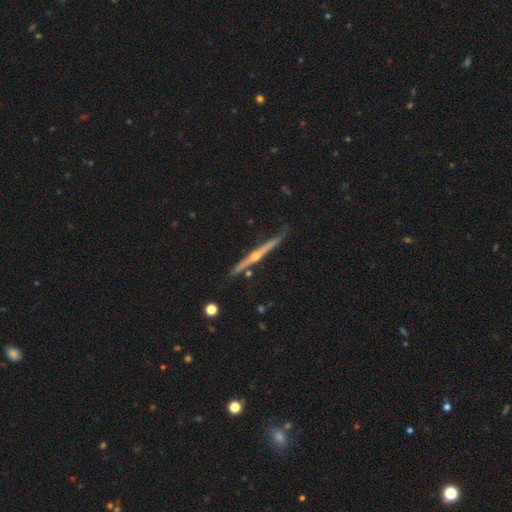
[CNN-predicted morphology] This appears to be a featured or disk galaxy (85%) viewed edge-on (98%) with a rounded central bulge (89%). Merging: none (83%).